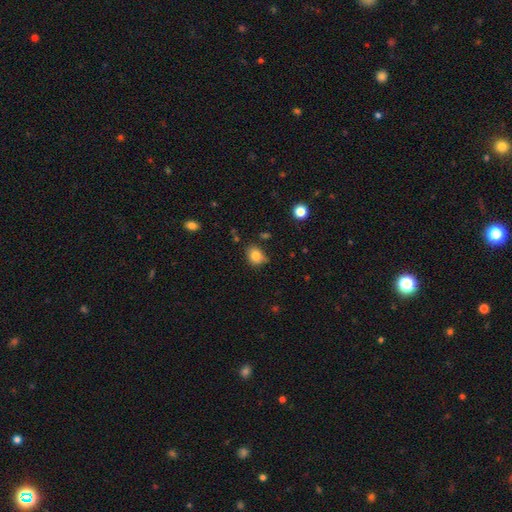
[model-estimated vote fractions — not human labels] smooth 82%, star or artifact 11%, featured or disk 7%. Down the decision tree: how rounded — in between (51%); merging — none (66%).